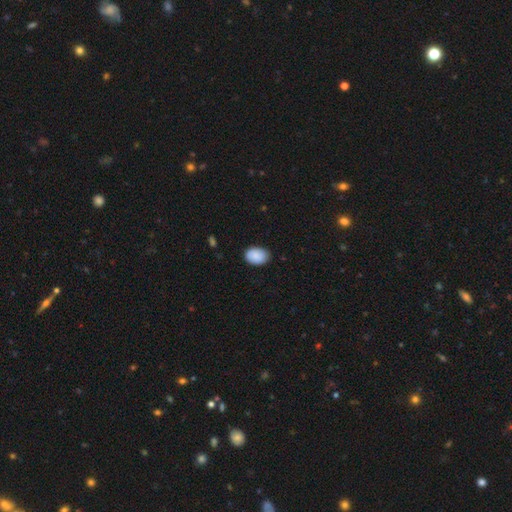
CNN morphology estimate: Smooth or featured? smooth (89%)
How rounded? in between (80%)
Merging? none (83%)